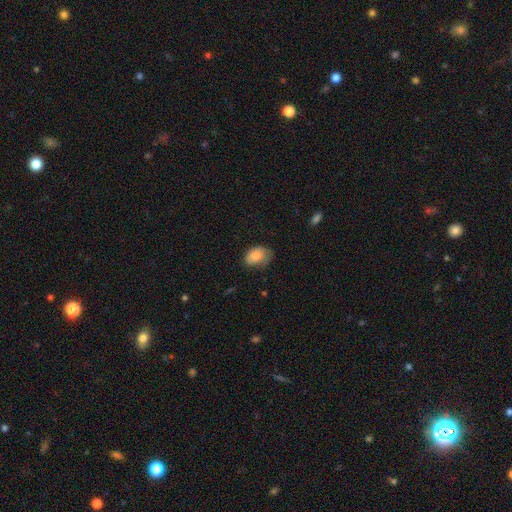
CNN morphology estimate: The model was most divided on "merging": none: 56%, minor disturbance: 33%, major disturbance: 9%, merger: 1%. More confident: how rounded — in between (81%); smooth or featured — smooth (80%).